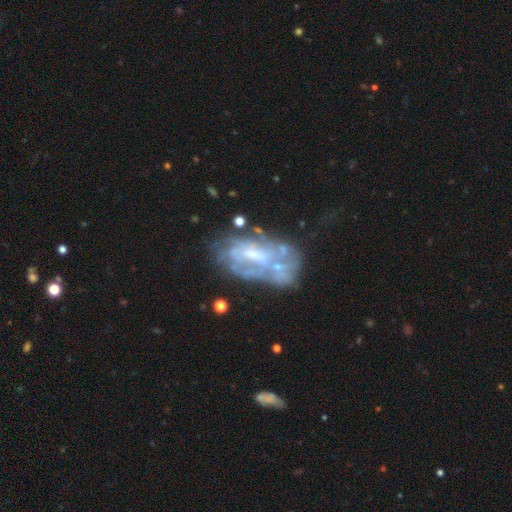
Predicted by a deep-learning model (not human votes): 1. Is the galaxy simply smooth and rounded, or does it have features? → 71% featured or disk, 20% smooth, 10% star or artifact.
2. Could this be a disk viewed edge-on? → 95% no, 5% yes.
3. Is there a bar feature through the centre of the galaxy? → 60% no, 30% weak, 10% strong.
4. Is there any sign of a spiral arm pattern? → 61% no, 39% yes.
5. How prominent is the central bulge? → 40% small, 32% moderate, 23% none, 3% large, 1% dominant.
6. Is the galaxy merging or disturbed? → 37% none, 23% major disturbance, 21% minor disturbance, 18% merger.